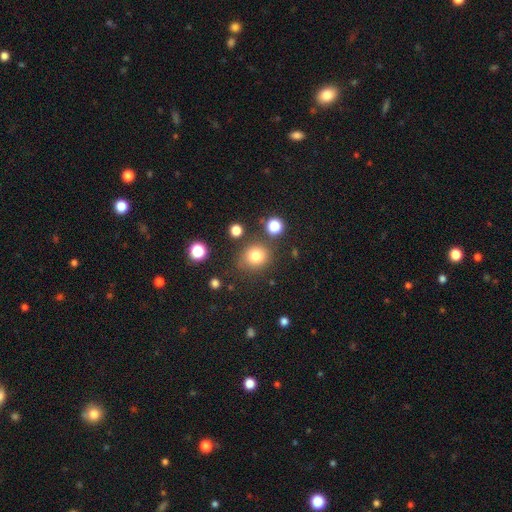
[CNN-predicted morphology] smooth_or_featured: smooth (p=0.79) [alt: star or artifact p=0.13]
how_rounded: round (p=0.81) [alt: in between p=0.18]
merging: none (p=0.78) [alt: minor disturbance p=0.12]